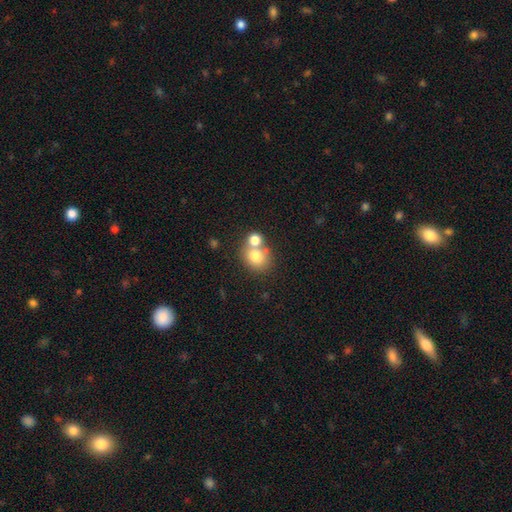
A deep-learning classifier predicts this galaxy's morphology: type=smooth (76%); roundness=round (71%); merging=none (47%).